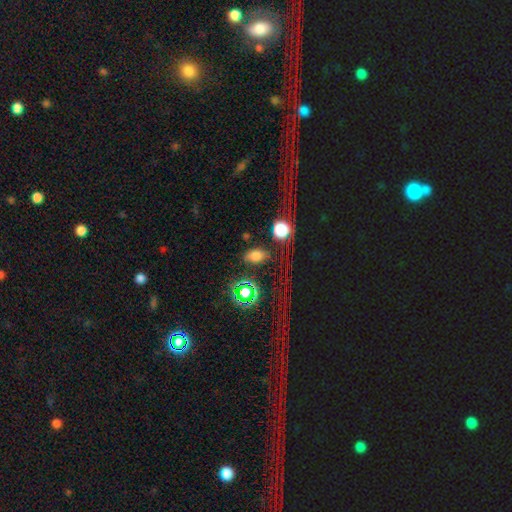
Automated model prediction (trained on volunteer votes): smooth 70%, star or artifact 20%, featured or disk 10%. Down the decision tree: how rounded — in between (79%); merging — none (73%).